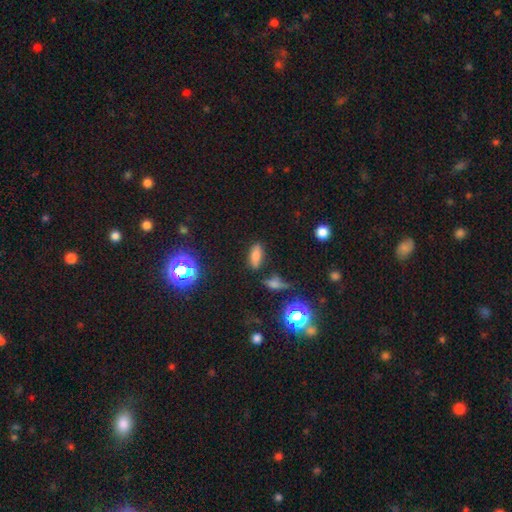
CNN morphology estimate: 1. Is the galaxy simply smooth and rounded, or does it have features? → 71% smooth, 18% star or artifact, 11% featured or disk.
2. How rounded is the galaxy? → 74% in between, 21% cigar-shaped, 5% round.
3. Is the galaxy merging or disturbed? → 79% none, 12% minor disturbance, 5% merger, 4% major disturbance.